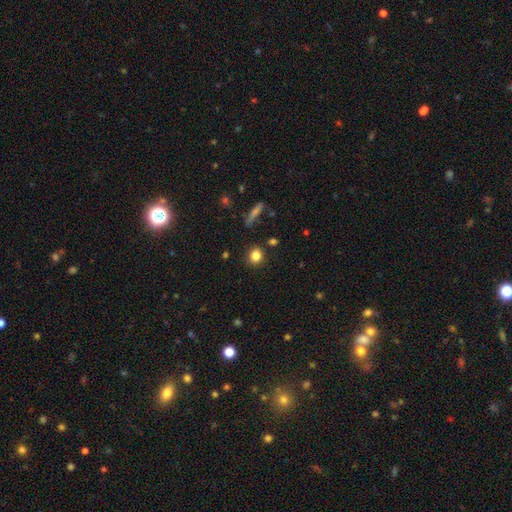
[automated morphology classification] A smooth galaxy with no disk features (82%) that is round (77%). Merging: none (87%).